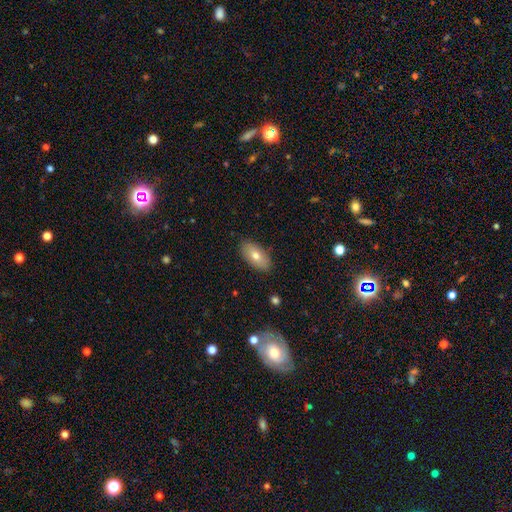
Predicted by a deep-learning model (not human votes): A smooth galaxy with no disk features (74%) that is in between round and cigar-shaped (92%).

Vote fractions:
- Smooth or featured? smooth: 74% / featured or disk: 19% / star or artifact: 7%
- How rounded? in between: 92% / cigar-shaped: 4% / round: 4%
- Merging? none: 87% / minor disturbance: 10% / major disturbance: 2% / merger: 1%